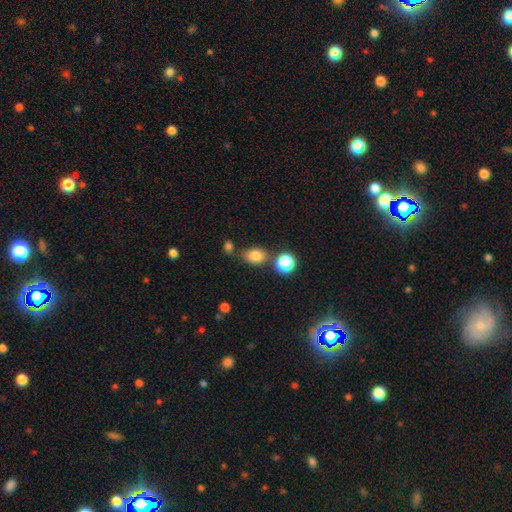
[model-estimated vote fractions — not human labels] Overall: smooth (81%). How rounded: in between (70%). Merging: none (69%).